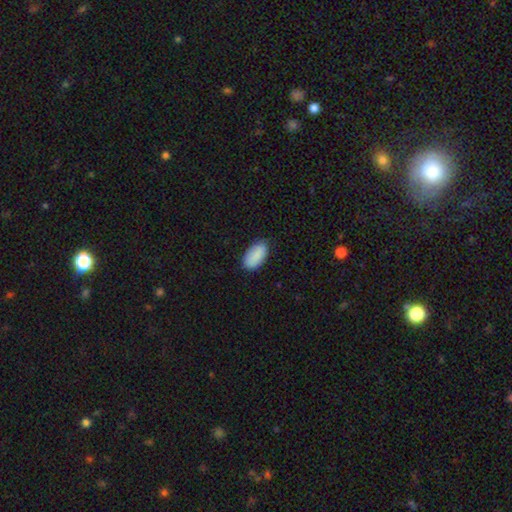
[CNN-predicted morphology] This is clearly a smooth galaxy (90%). How rounded: clearly in between (95%). Merging: clearly none (81%).